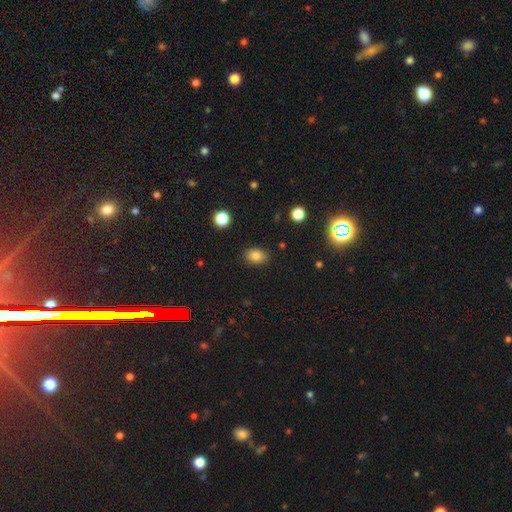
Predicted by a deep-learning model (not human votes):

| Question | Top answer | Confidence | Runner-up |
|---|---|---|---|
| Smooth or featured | smooth | 84% | star or artifact (11%) |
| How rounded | in between | 74% | round (25%) |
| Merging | none | 87% | minor disturbance (9%) |